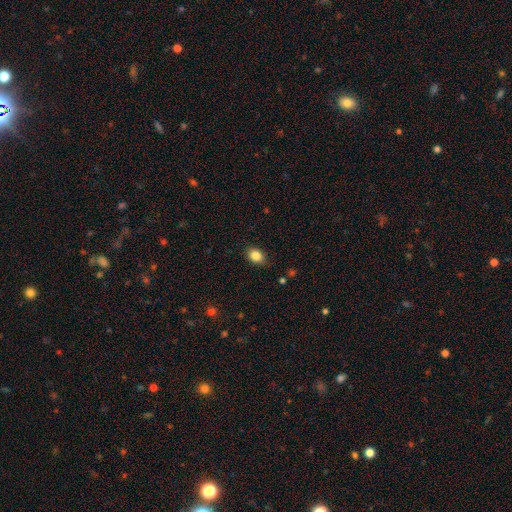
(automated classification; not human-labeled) A smooth galaxy with no disk features (85%) that is in between round and cigar-shaped (70%). Merging: none (85%).